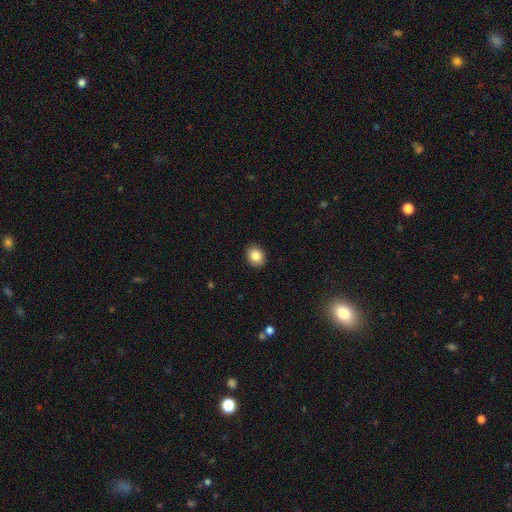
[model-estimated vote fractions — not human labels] Q: Smooth or featured?
A: smooth (85%); runner-up: star or artifact (9%)
Q: How rounded?
A: in between (51%); runner-up: round (49%)
Q: Merging?
A: none (91%); runner-up: minor disturbance (7%)